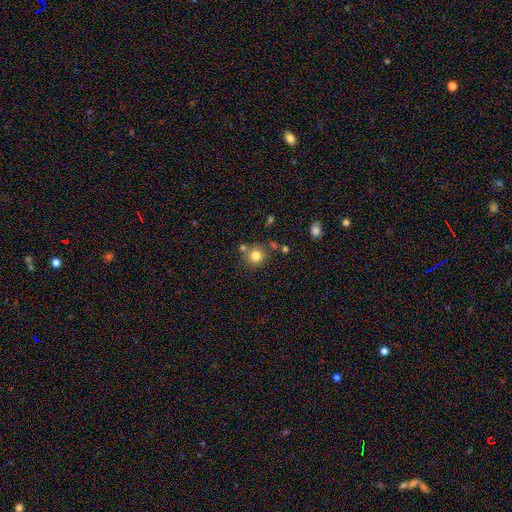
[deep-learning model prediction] This appears to be a smooth galaxy with no disk features (81%) that is round (90%). Merging: none (71%).